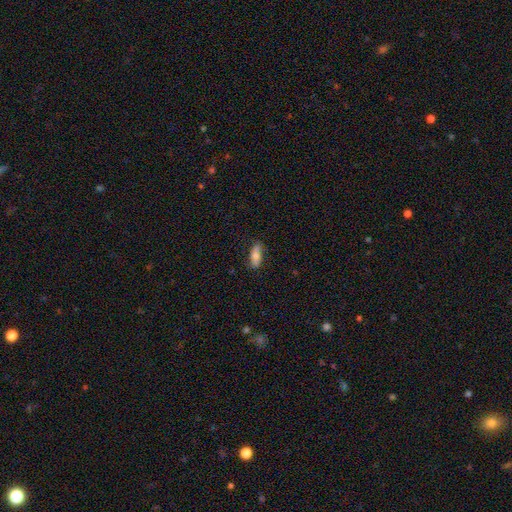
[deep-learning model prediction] Smooth or featured? Predicted: smooth (p=0.70). How rounded? Predicted: in between (p=0.76). Merging? Predicted: none (p=0.79).